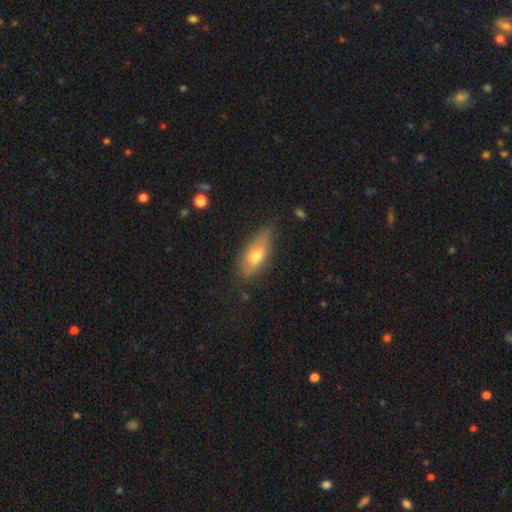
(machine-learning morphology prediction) Overall: smooth (63%; featured or disk 30%). How rounded: in between (72%). Merging: none (71%).